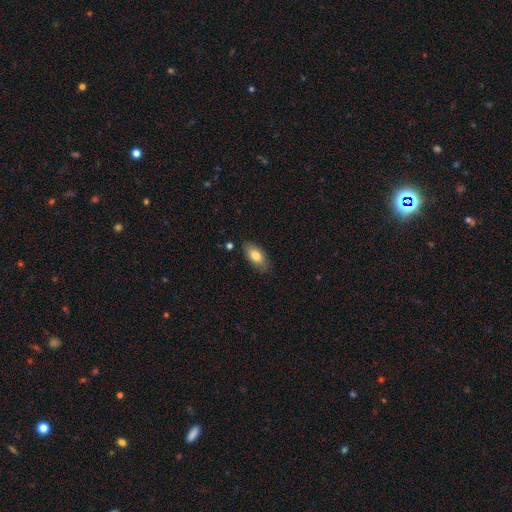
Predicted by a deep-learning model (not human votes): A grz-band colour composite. It shows a smooth galaxy with no disk features (79%) that is in between round and cigar-shaped (91%). Merging: none (83%).